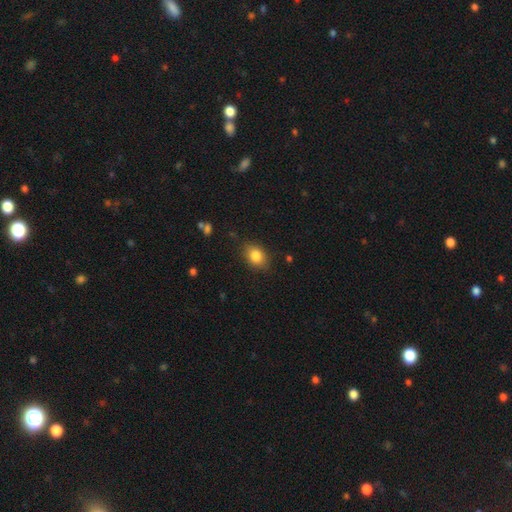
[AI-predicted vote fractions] The model was most divided on "how rounded": in between: 67%, round: 32%, cigar-shaped: 1%. More confident: smooth or featured — smooth (84%); merging — none (83%).